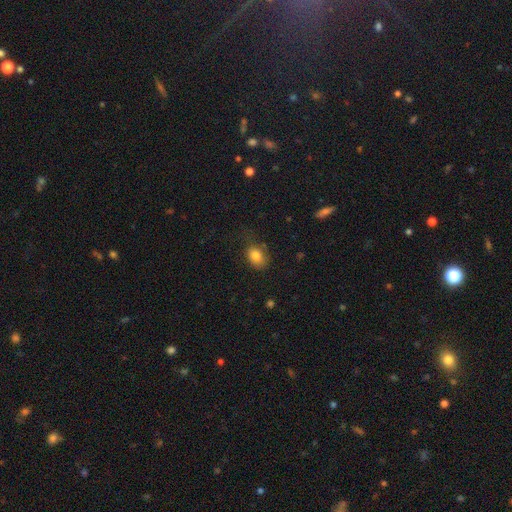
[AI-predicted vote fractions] smooth_or_featured: smooth (p=0.83) [alt: star or artifact p=0.09]
how_rounded: in between (p=0.70) [alt: round p=0.29]
merging: none (p=0.64) [alt: minor disturbance p=0.24]